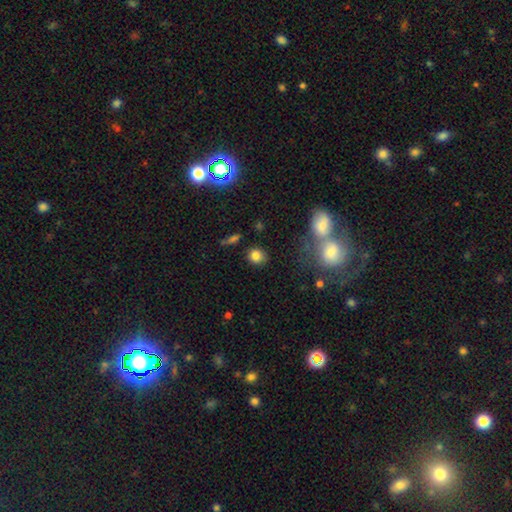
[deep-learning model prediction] smooth-or-featured: smooth: 82% | star or artifact: 11% | featured or disk: 6%
  how-rounded: round: 80% | in between: 19% | cigar-shaped: 1%
  merging: none: 84% | minor disturbance: 9% | merger: 4% | major disturbance: 3%